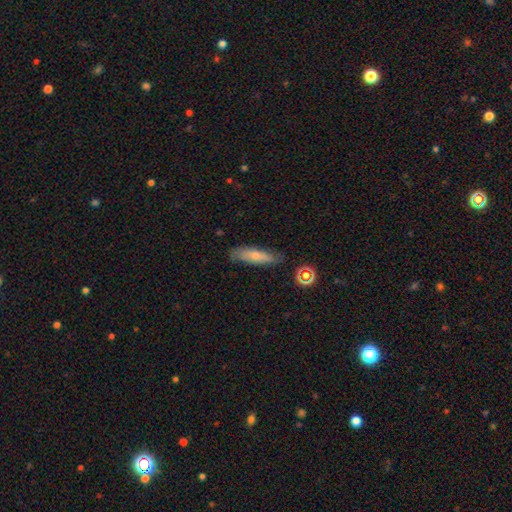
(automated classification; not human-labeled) A smooth galaxy with no disk features (68%) that is cigar-shaped (64%).

Vote fractions:
- Smooth or featured? smooth: 68% / featured or disk: 24% / star or artifact: 8%
- How rounded? cigar-shaped: 64% / in between: 34% / round: 2%
- Merging? none: 80% / minor disturbance: 16% / major disturbance: 3% / merger: 2%